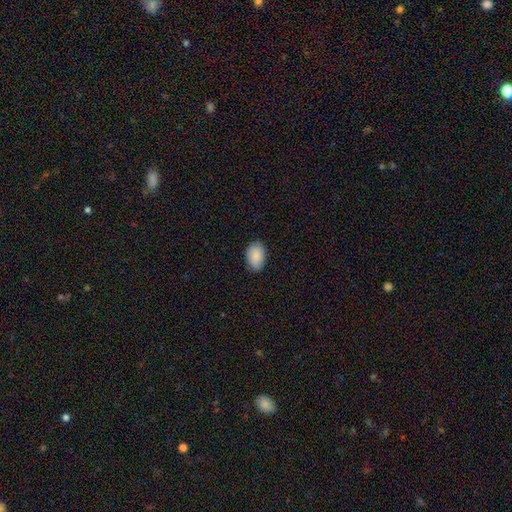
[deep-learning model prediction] Morphology: type=smooth (87%); roundness=in between (88%); merging=none (82%).